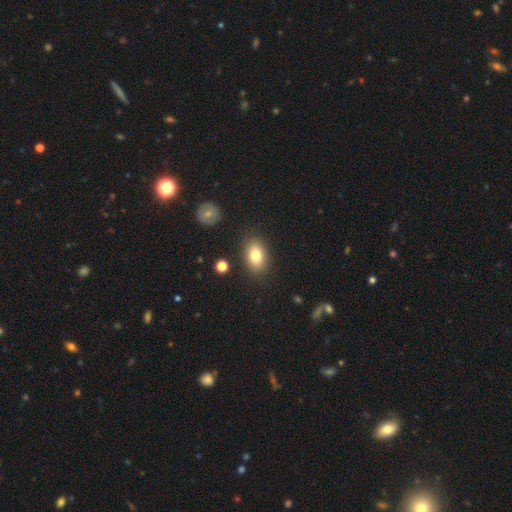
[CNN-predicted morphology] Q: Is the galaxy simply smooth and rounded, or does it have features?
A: smooth — 80%.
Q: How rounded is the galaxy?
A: in between — 85%.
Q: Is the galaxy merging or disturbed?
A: none — 85%.